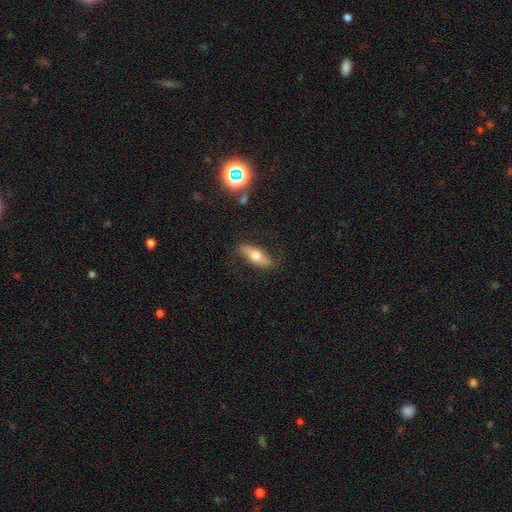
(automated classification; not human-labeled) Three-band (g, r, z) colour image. It shows a smooth galaxy with no disk features (48%). Merging: none (76%).